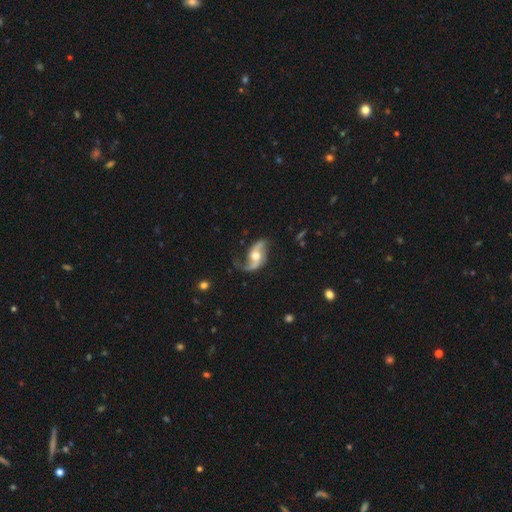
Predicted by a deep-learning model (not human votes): A featured or disk galaxy (88%) with no bar (52%), 2 (91%) loose (78%) spiral arms (96%) and a moderate central bulge (72%).

Vote fractions:
- Smooth or featured? featured or disk: 88% / smooth: 7% / star or artifact: 5%
- Edge-on disk? no: 96% / yes: 4%
- Bar? no: 52% / weak: 32% / strong: 16%
- Spiral arms? yes: 96% / no: 4%
- Spiral winding? loose: 78% / medium: 18% / tight: 5%
- Spiral arm count? 2: 91% / 1: 4% / can't tell: 2% / 3: 1% / 4: 1% / more than 4: 1%
- Bulge size? moderate: 72% / small: 14% / large: 11% / none: 2% / dominant: 1%
- Merging? none: 68% / minor disturbance: 19% / major disturbance: 11% / merger: 2%